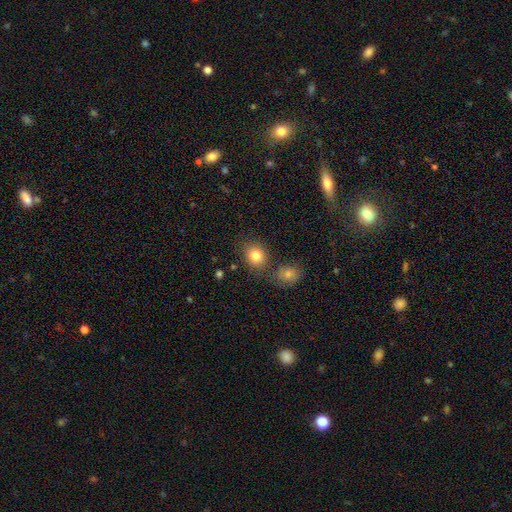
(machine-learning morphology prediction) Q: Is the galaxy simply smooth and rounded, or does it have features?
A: smooth — 83%.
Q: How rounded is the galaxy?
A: round — 67%.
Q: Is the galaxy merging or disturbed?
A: none — 75%.